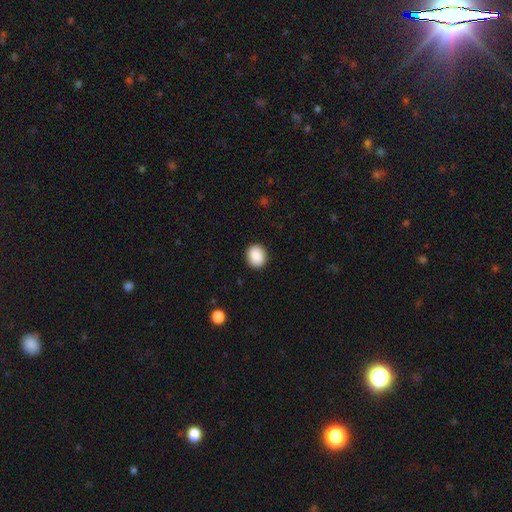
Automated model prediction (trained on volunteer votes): A smooth galaxy with no disk features (89%) that is round (61%).

Vote fractions:
- Smooth or featured? smooth: 89% / star or artifact: 8% / featured or disk: 3%
- How rounded? round: 61% / in between: 38% / cigar-shaped: 1%
- Merging? none: 90% / minor disturbance: 7% / major disturbance: 2% / merger: 1%